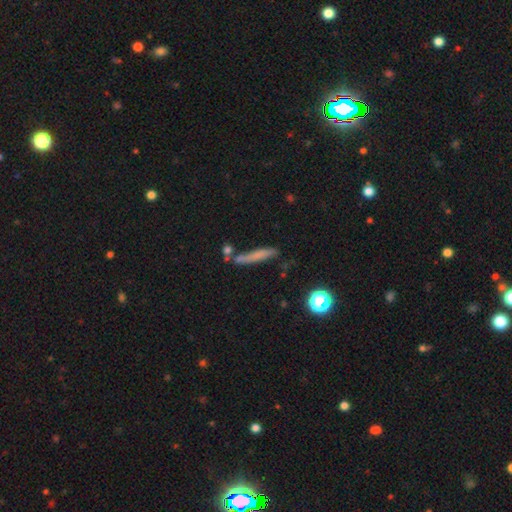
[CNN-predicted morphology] This is likely a smooth galaxy (61%). How rounded: clearly cigar-shaped (88%). Merging: likely none (71%).